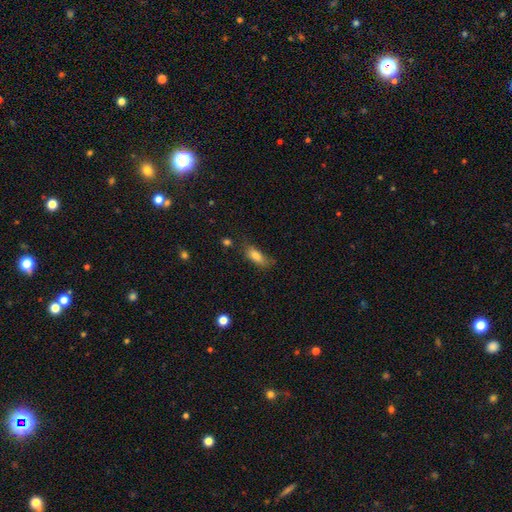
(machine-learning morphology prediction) type=smooth (81%); roundness=in between (74%); merging=none (58%).